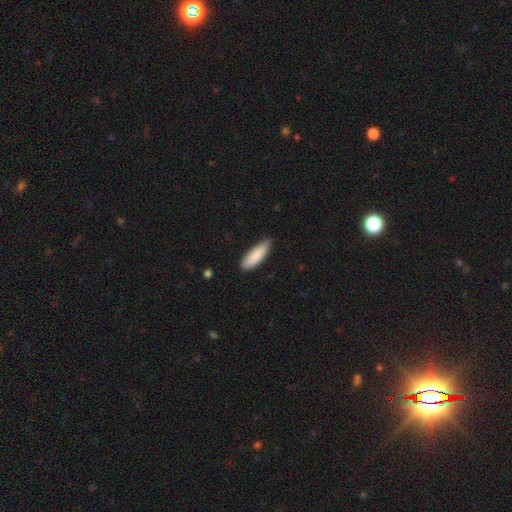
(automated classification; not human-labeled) Morphology: type=smooth (88%); roundness=in between (51%); merging=none (79%).